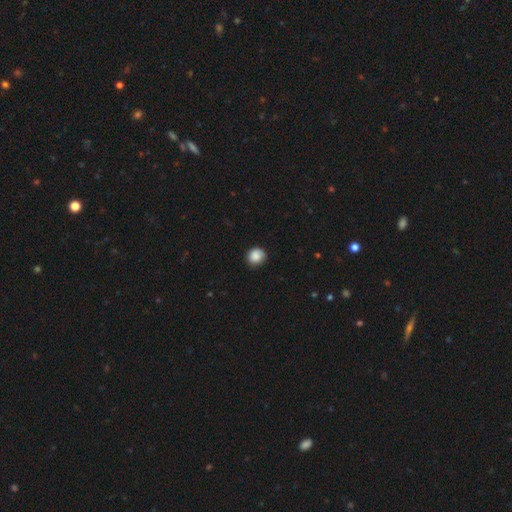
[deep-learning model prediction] Morphology: type=smooth (87%); roundness=round (82%); merging=none (80%).